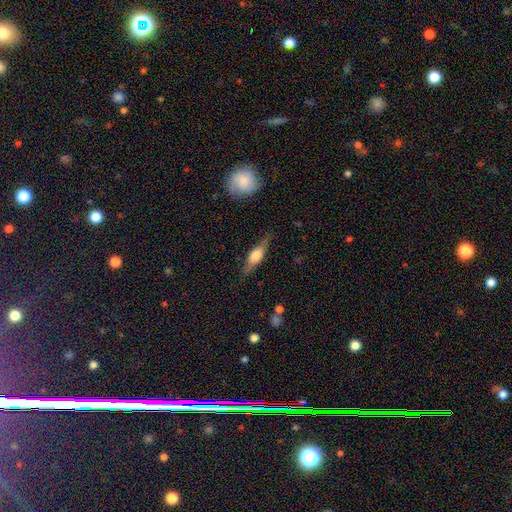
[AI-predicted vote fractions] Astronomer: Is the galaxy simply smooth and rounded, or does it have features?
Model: featured or disk — 56% (runner-up: smooth, 38%).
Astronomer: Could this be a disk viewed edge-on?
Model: yes — 92%.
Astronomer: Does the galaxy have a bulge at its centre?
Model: rounded — 84%.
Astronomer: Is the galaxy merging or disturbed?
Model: none — 82%.